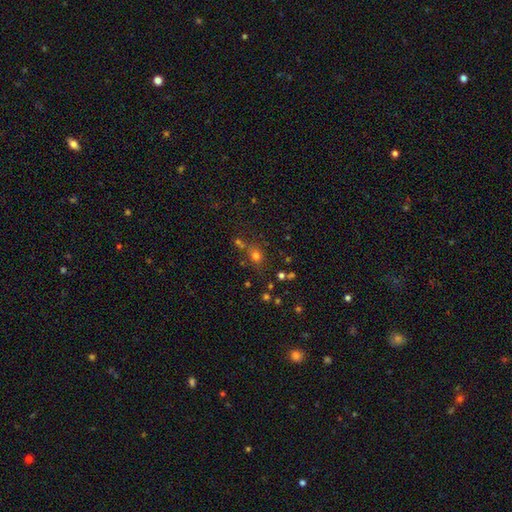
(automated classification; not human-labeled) Smooth or featured: smooth — 67% (star or artifact — 23%)
How rounded: round — 66% (in between — 32%)
Merging: none — 65% (merger — 15%)